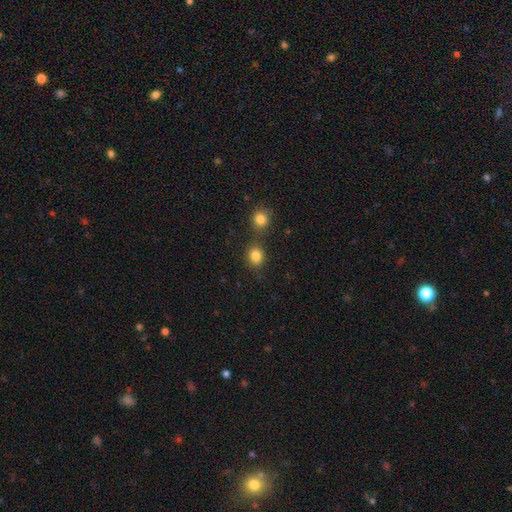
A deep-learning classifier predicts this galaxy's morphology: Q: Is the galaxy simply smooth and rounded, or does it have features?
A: smooth — 83%.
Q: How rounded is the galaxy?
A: round — 75%.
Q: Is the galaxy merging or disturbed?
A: none — 68%.